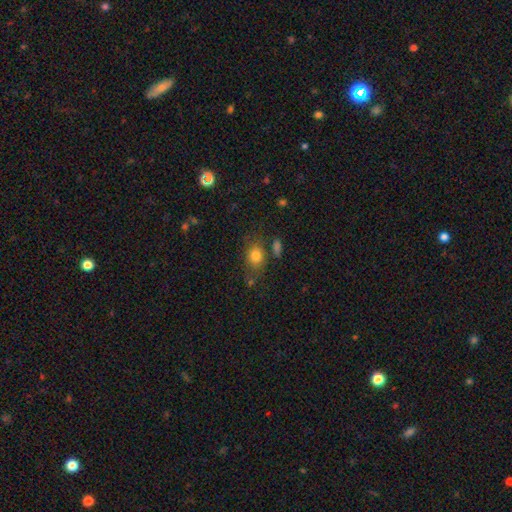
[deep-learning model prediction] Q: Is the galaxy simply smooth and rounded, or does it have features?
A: smooth — 79%.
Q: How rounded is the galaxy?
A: in between — 61%.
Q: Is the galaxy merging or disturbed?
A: none — 63%.